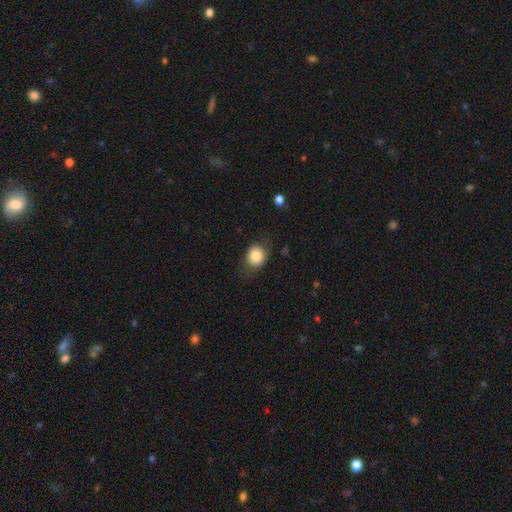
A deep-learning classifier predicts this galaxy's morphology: Smooth or featured?
  - smooth: 81% *
  - featured or disk: 10%
  - star or artifact: 9%
How rounded?
  - round: 65% *
  - in between: 34%
  - cigar-shaped: 1%
Merging?
  - none: 70% *
  - minor disturbance: 20%
  - major disturbance: 8%
  - merger: 1%